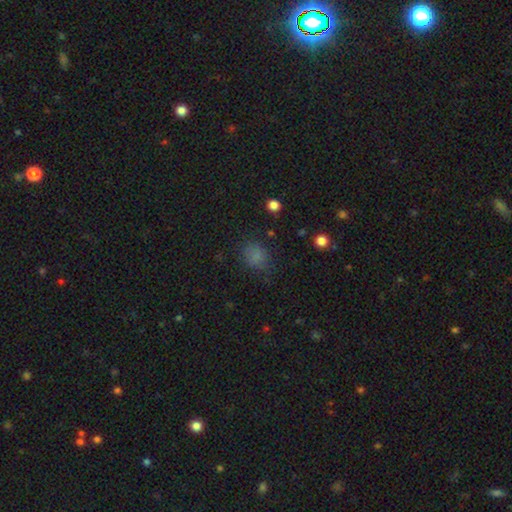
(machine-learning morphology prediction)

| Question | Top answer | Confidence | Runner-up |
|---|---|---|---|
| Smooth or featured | smooth | 76% | star or artifact (18%) |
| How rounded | round | 51% | in between (48%) |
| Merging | none | 73% | minor disturbance (19%) |